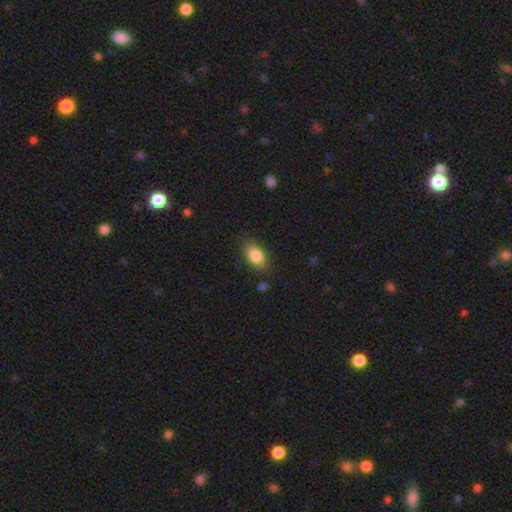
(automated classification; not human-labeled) smooth 85%, featured or disk 8%, star or artifact 7%. Down the decision tree: how rounded — in between (89%); merging — none (81%).